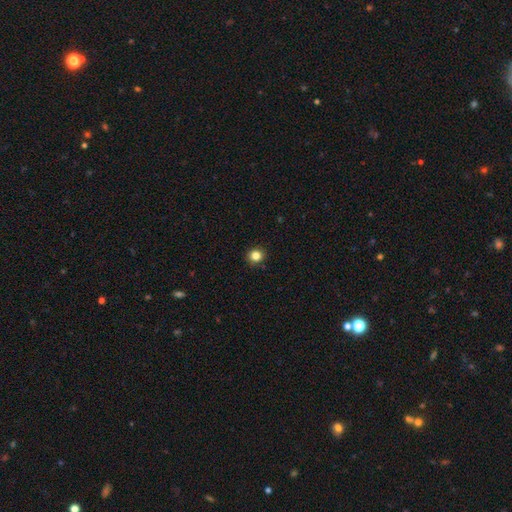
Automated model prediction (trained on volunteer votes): The model was most divided on "smooth or featured": smooth: 83%, star or artifact: 12%, featured or disk: 5%. More confident: merging — none (91%); how rounded — round (89%).